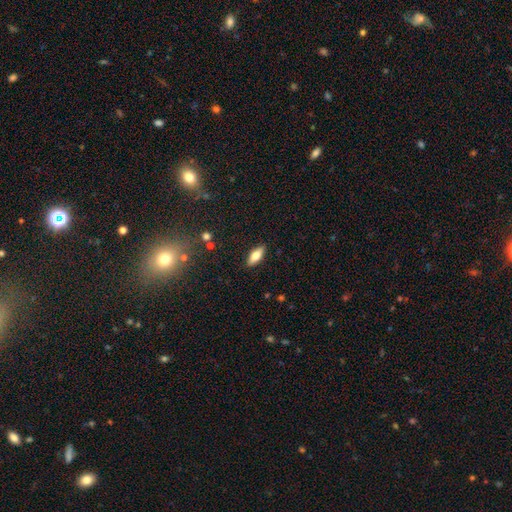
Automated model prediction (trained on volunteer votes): This is likely a smooth galaxy (73%). How rounded: likely in between (75%). Merging: clearly none (89%).